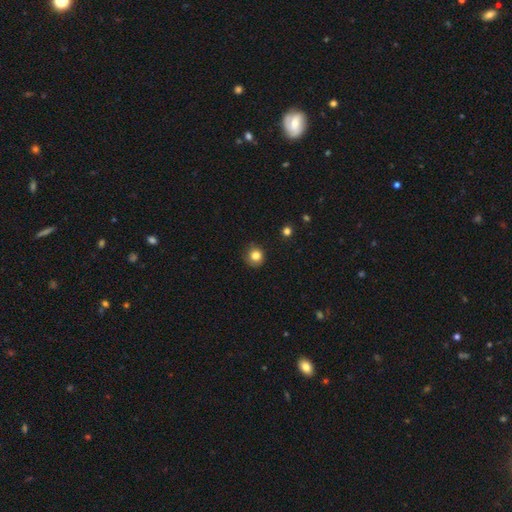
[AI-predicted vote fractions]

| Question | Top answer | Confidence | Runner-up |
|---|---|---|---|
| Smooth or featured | smooth | 82% | star or artifact (11%) |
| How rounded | round | 89% | in between (10%) |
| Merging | none | 81% | minor disturbance (15%) |